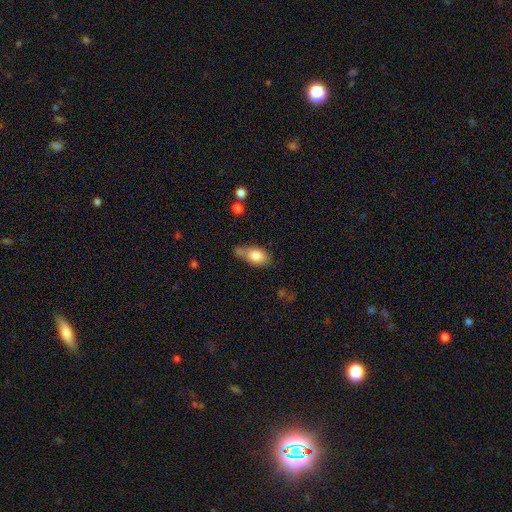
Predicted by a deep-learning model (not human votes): smooth_or_featured: smooth (p=0.80) [alt: featured or disk p=0.13]
how_rounded: in between (p=0.84) [alt: round p=0.10]
merging: none (p=0.44) [alt: minor disturbance p=0.31]